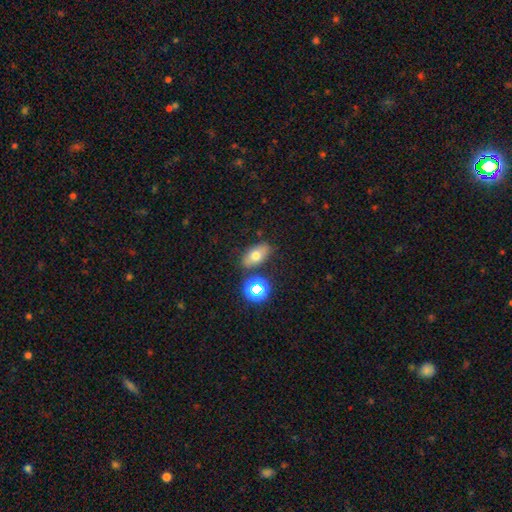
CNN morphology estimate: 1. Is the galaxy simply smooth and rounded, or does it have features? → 67% smooth, 19% featured or disk, 14% star or artifact.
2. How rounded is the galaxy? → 84% in between, 11% round, 4% cigar-shaped.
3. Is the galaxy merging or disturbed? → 78% none, 12% minor disturbance, 7% merger, 3% major disturbance.